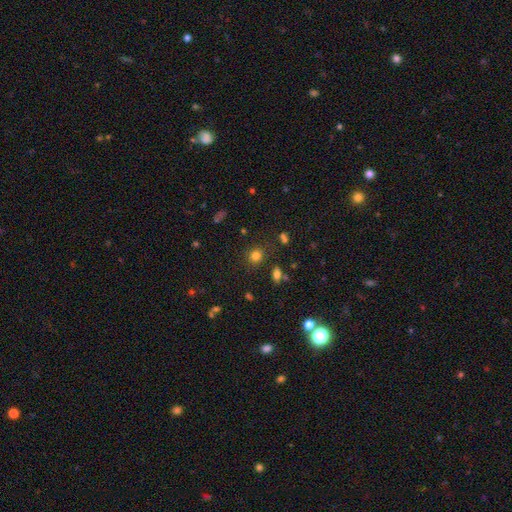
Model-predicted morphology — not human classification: type=smooth (79%); roundness=round (80%); merging=none (83%).